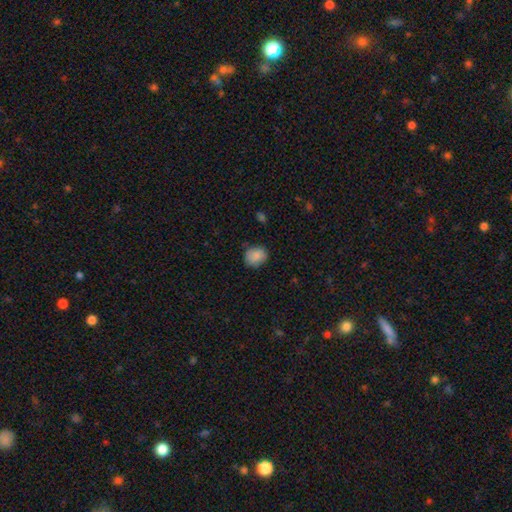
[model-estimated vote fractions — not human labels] Smooth or featured? Predicted: smooth (p=0.85). How rounded? Predicted: round (p=0.65). Merging? Predicted: none (p=0.73).